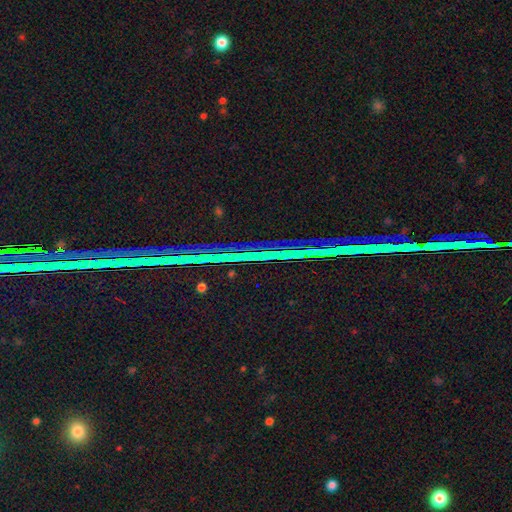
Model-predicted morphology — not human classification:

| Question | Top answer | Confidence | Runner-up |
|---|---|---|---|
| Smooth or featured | star or artifact | 75% | smooth (13%) |